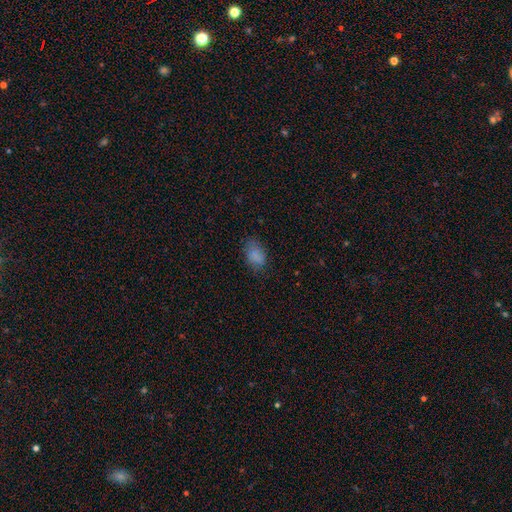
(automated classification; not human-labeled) Smooth or featured? Predicted: smooth (p=0.82). How rounded? Predicted: in between (p=0.85). Merging? Predicted: none (p=0.69).